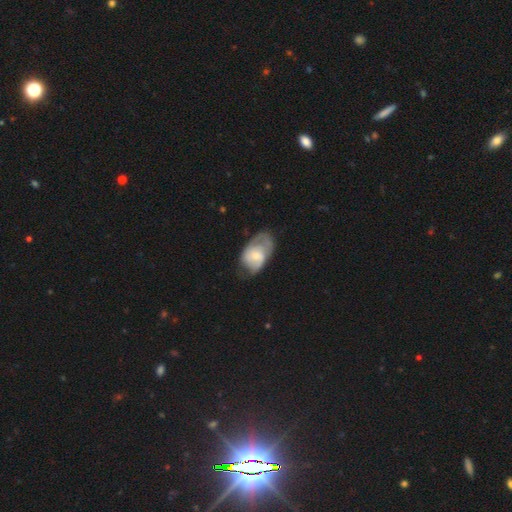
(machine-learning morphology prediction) smooth-or-featured: featured or disk: 61% | smooth: 33% | star or artifact: 6%
  disk-edge-on: no: 96% | yes: 4%
    bar: no: 66% | weak: 29% | strong: 5%
    has-spiral-arms: yes: 79% | no: 21%
    bulge-size: small: 49% | moderate: 39% | large: 6% | none: 5% | dominant: 1%
  merging: none: 46% | minor disturbance: 30% | major disturbance: 22% | merger: 2%